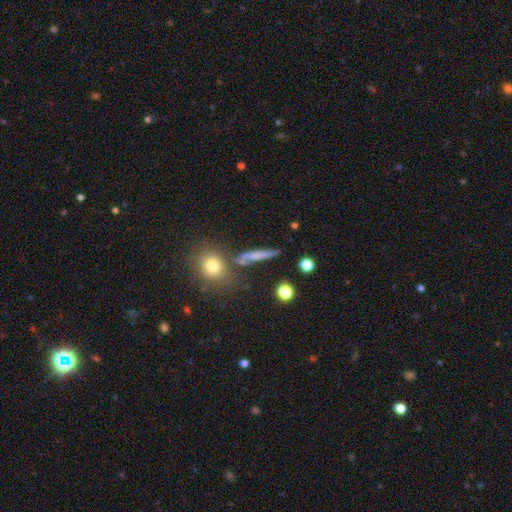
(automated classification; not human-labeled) Q: Smooth or featured?
A: smooth (59%); runner-up: featured or disk (27%)
Q: How rounded?
A: cigar-shaped (78%); runner-up: in between (12%)
Q: Merging?
A: none (75%); runner-up: minor disturbance (13%)